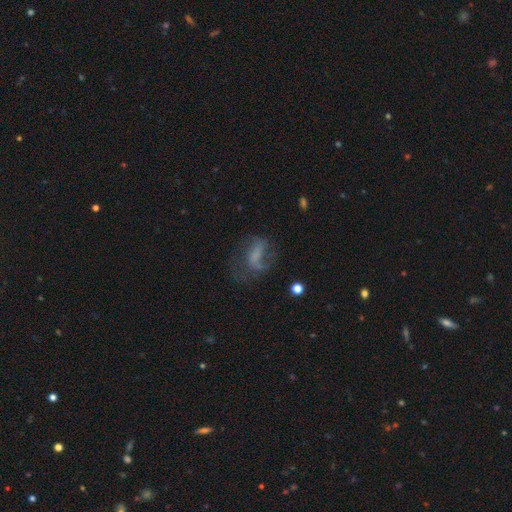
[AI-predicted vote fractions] This is possibly a featured or disk galaxy (48%). Merging: marginally none (40%).